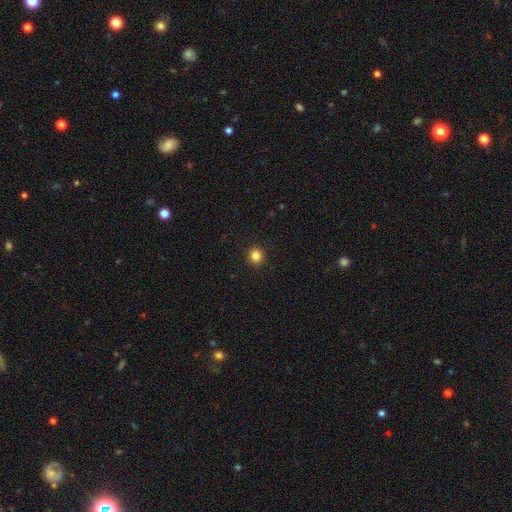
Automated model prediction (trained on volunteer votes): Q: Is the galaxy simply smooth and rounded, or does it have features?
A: smooth — 84%.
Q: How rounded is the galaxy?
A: round — 92%.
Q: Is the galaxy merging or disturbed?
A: none — 93%.